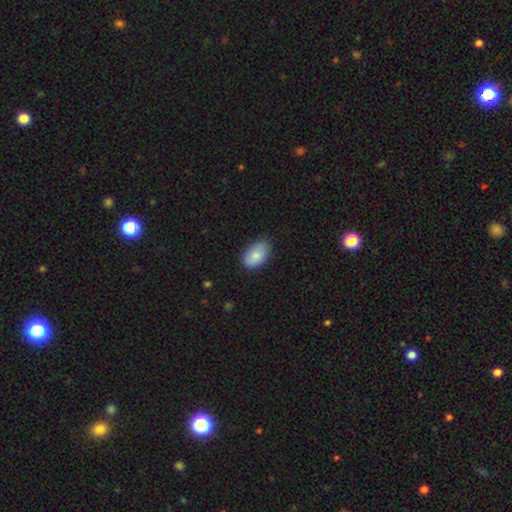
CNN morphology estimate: Smooth or featured: smooth — 84% (featured or disk — 10%)
How rounded: in between — 91% (round — 7%)
Merging: none — 78% (minor disturbance — 18%)